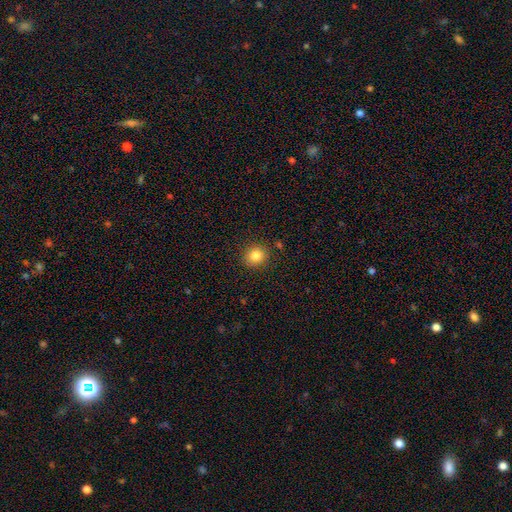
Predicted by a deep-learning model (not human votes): Smooth or featured? Predicted: smooth (p=0.83). How rounded? Predicted: round (p=0.84). Merging? Predicted: none (p=0.89).